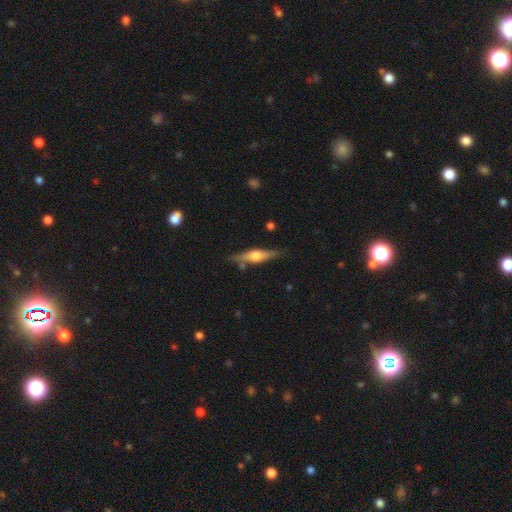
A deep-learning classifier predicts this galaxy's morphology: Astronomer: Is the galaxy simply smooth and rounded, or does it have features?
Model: featured or disk — 65%.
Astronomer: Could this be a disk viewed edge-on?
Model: yes — 95%.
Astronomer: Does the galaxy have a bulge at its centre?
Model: rounded — 89%.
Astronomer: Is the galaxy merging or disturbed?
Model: none — 79%.